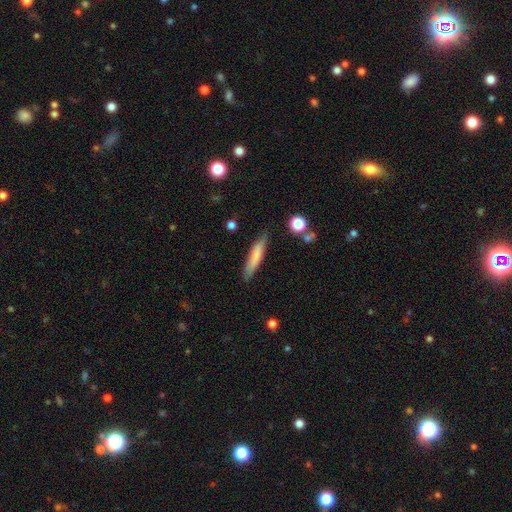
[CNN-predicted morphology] The model was most divided on "smooth or featured": smooth: 71%, featured or disk: 22%, star or artifact: 6%. More confident: how rounded — cigar-shaped (89%); merging — none (81%).